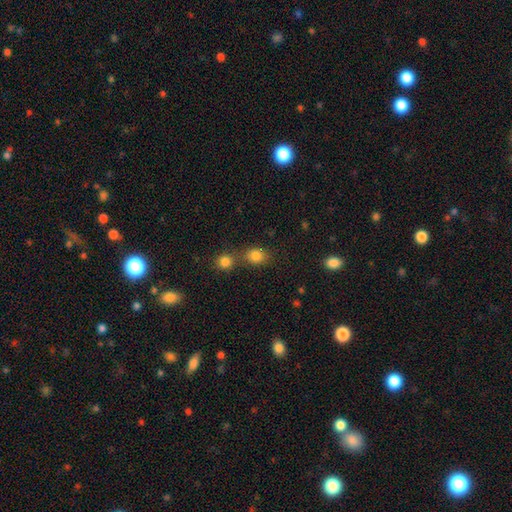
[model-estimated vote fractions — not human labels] Smooth or featured?
  - smooth: 82% *
  - star or artifact: 12%
  - featured or disk: 6%
How rounded?
  - round: 58% *
  - in between: 40%
  - cigar-shaped: 1%
Merging?
  - none: 52% *
  - merger: 35%
  - minor disturbance: 10%
  - major disturbance: 4%